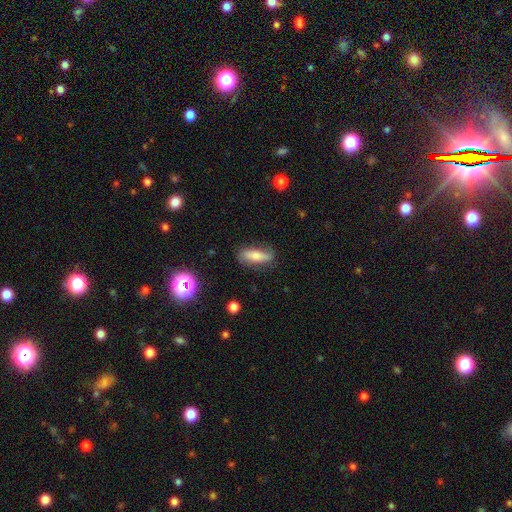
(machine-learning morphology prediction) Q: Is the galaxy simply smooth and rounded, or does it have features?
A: smooth — 63%.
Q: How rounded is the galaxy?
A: in between — 61%.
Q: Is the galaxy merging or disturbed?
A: none — 70%.